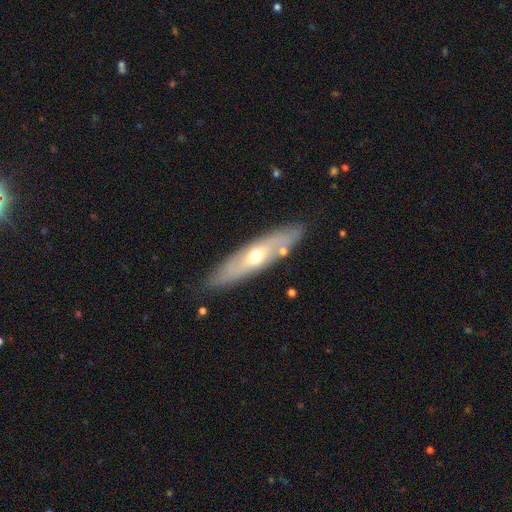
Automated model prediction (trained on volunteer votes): Smooth or featured?
  - featured or disk: 58% *
  - smooth: 36%
  - star or artifact: 6%
Edge-on disk?
  - no: 55% *
  - yes: 45%
Merging?
  - none: 81% *
  - minor disturbance: 13%
  - merger: 3%
  - major disturbance: 3%